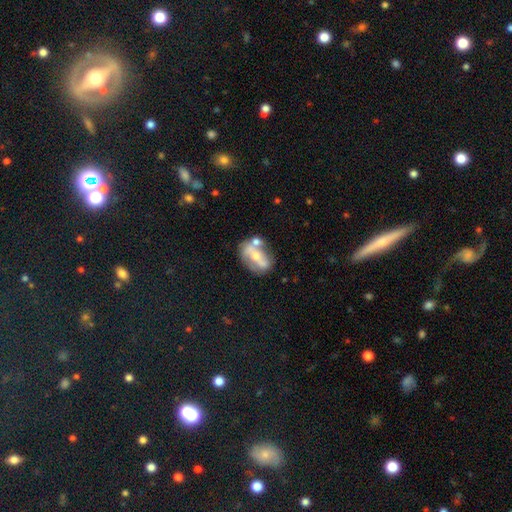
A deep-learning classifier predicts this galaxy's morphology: This appears to be a featured or disk galaxy (62%) with no bar (38%, tied with strong), no spiral arms (57%) and a moderate central bulge (53%). Merging: none (50%).